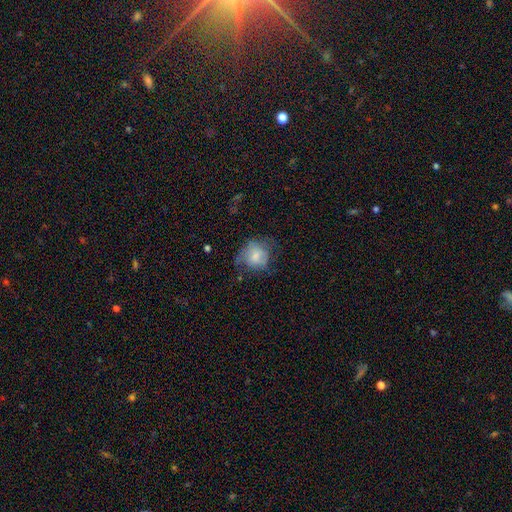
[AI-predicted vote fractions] A smooth galaxy with no disk features (60%) that is round (69%). Merging: none (44%).